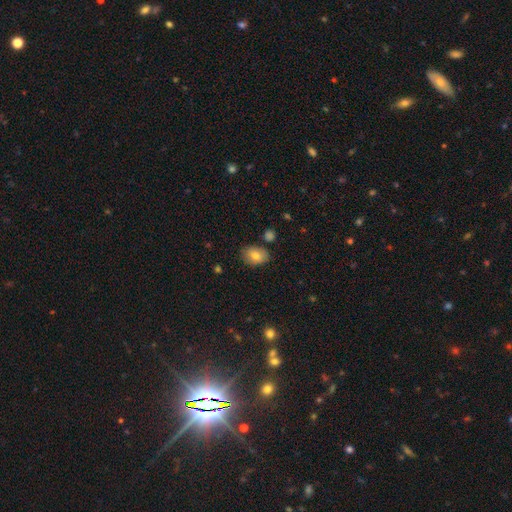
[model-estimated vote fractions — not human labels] Smooth or featured: smooth — 79% (featured or disk — 13%)
How rounded: in between — 78% (round — 21%)
Merging: none — 78% (minor disturbance — 15%)